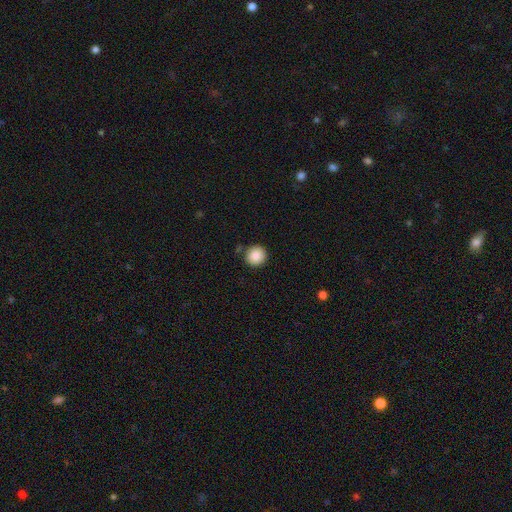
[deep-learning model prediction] Smooth or featured?
  - smooth: 87% *
  - star or artifact: 9%
  - featured or disk: 4%
How rounded?
  - round: 94% *
  - in between: 5%
  - cigar-shaped: 1%
Merging?
  - none: 86% *
  - minor disturbance: 8%
  - merger: 3%
  - major disturbance: 2%